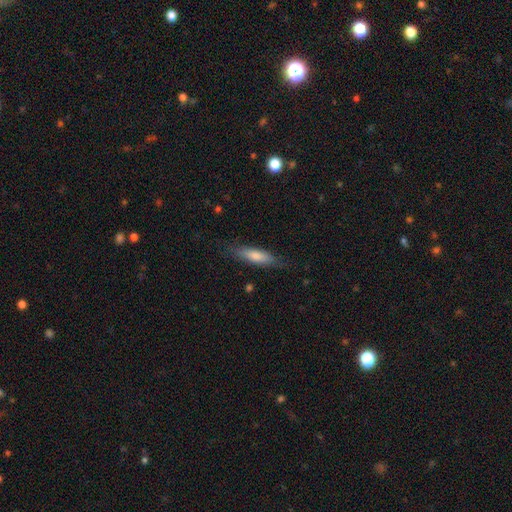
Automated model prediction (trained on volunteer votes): Smooth or featured?
  - smooth: 69% *
  - featured or disk: 24%
  - star or artifact: 6%
How rounded?
  - cigar-shaped: 68% *
  - in between: 30%
  - round: 2%
Merging?
  - none: 80% *
  - minor disturbance: 15%
  - major disturbance: 3%
  - merger: 1%